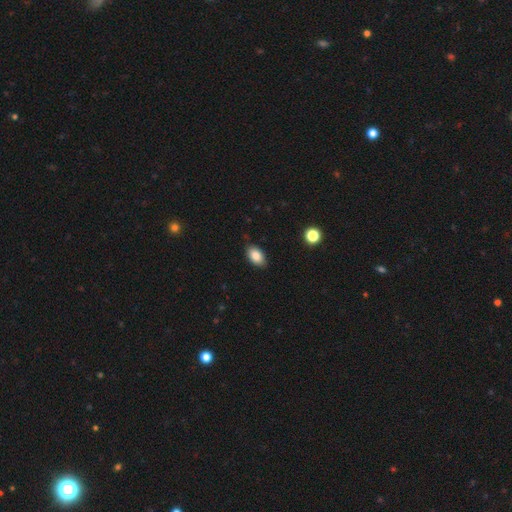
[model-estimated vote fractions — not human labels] Smooth or featured?
  - smooth: 86% *
  - star or artifact: 8%
  - featured or disk: 6%
How rounded?
  - in between: 90% *
  - round: 9%
  - cigar-shaped: 1%
Merging?
  - none: 86% *
  - minor disturbance: 11%
  - major disturbance: 2%
  - merger: 1%